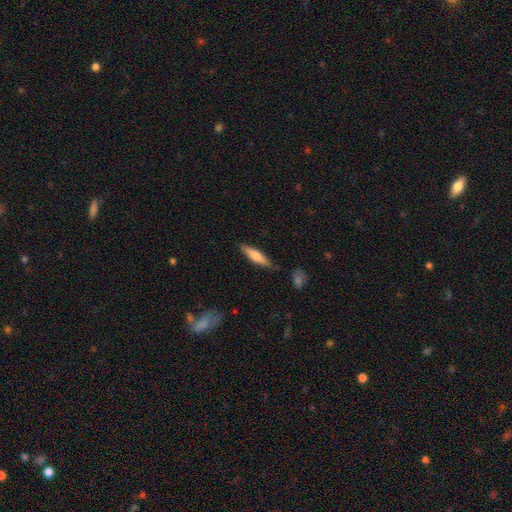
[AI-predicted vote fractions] A smooth galaxy with no disk features (70%) that is cigar-shaped (74%).

Vote fractions:
- Smooth or featured? smooth: 70% / featured or disk: 25% / star or artifact: 6%
- How rounded? cigar-shaped: 74% / in between: 25% / round: 2%
- Merging? none: 82% / minor disturbance: 13% / merger: 3% / major disturbance: 3%